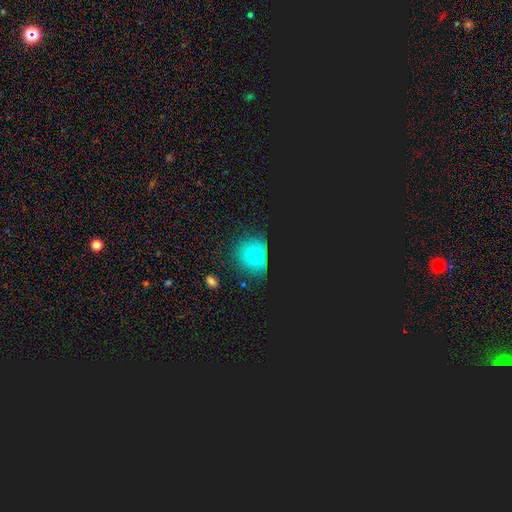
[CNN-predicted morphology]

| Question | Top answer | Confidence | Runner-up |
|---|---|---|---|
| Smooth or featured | smooth | 61% | star or artifact (27%) |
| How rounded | round | 54% | in between (44%) |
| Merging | none | 57% | minor disturbance (28%) |